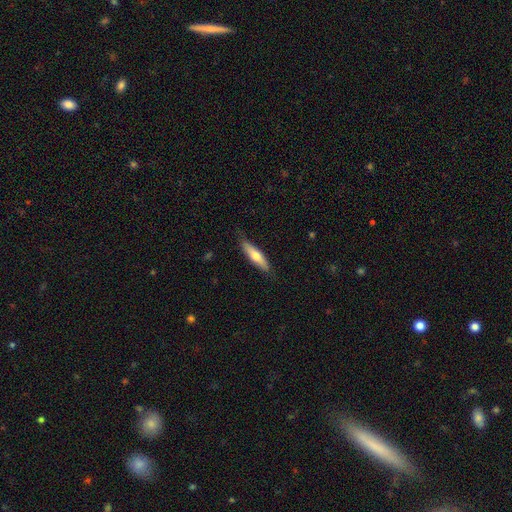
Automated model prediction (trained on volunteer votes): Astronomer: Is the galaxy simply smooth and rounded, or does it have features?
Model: smooth — 61%.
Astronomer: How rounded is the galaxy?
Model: cigar-shaped — 71%.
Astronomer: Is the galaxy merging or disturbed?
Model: none — 82%.